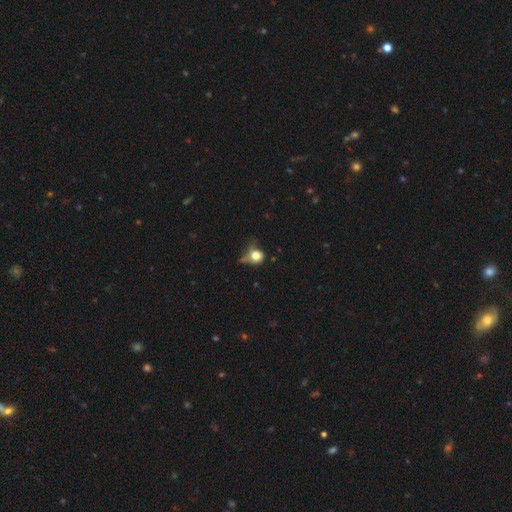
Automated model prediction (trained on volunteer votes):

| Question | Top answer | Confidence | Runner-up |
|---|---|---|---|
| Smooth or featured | smooth | 74% | featured or disk (15%) |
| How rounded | round | 75% | in between (23%) |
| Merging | none | 39% | minor disturbance (31%) |